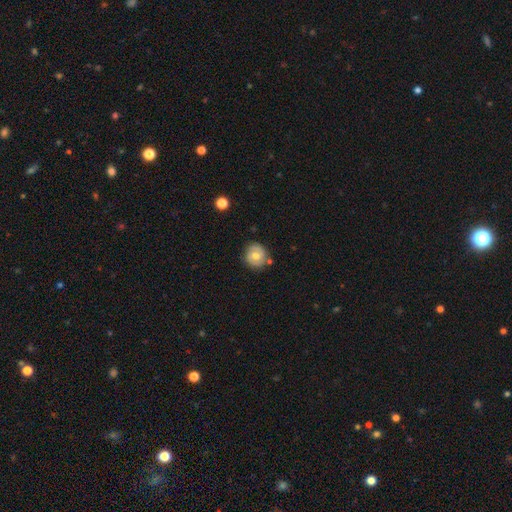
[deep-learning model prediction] Smooth or featured: smooth — 48% (featured or disk — 44%)
Merging: none — 76% (minor disturbance — 15%)